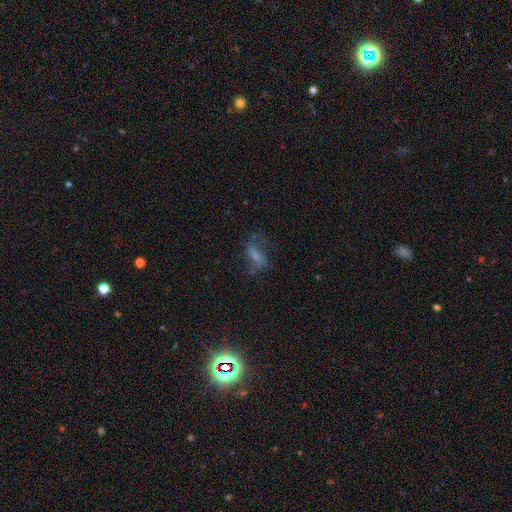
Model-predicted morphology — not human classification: featured or disk 50%, smooth 35%, star or artifact 15%. Down the decision tree: edge-on disk — no (89%); merging — none (54%).